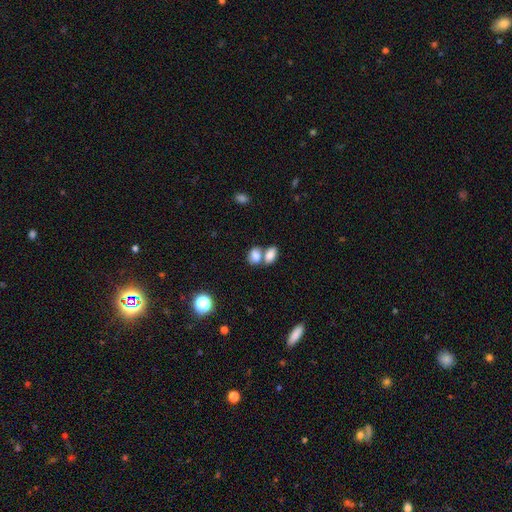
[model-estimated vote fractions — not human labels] A smooth galaxy with no disk features (81%) that is in between round and cigar-shaped (79%). Merging: merger (55%).